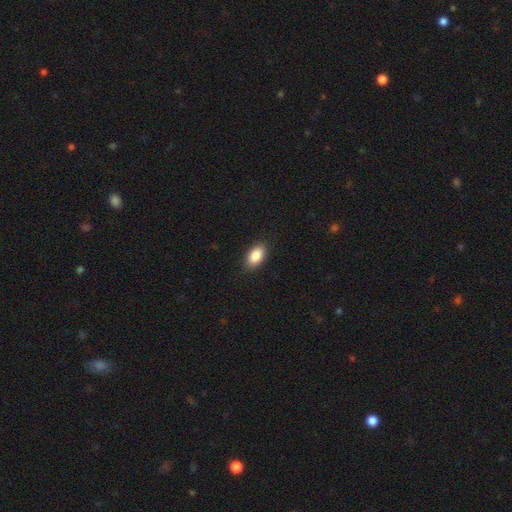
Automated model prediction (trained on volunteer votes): Smooth or featured? Predicted: smooth (p=0.88). How rounded? Predicted: in between (p=0.92). Merging? Predicted: none (p=0.88).